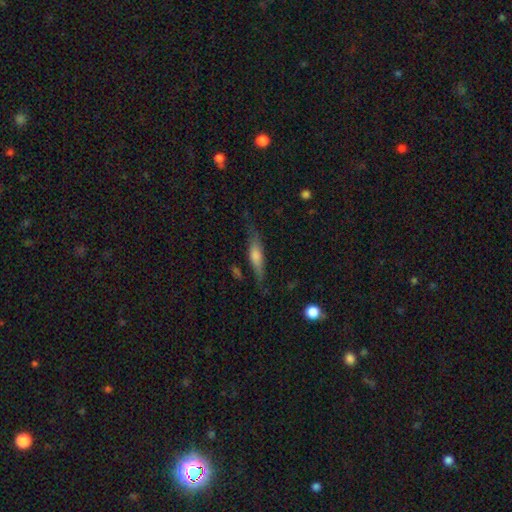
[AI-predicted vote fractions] Smooth or featured?
  - smooth: 48% *
  - featured or disk: 45%
  - star or artifact: 7%
Merging?
  - none: 71% *
  - minor disturbance: 20%
  - major disturbance: 6%
  - merger: 2%